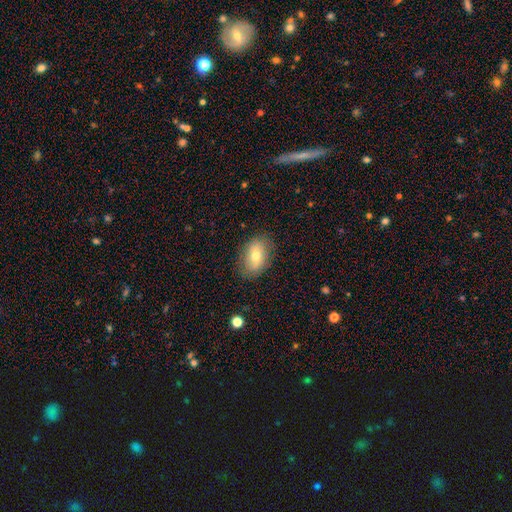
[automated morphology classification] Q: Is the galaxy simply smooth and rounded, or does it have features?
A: smooth — 66%.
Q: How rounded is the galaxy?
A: in between — 87%.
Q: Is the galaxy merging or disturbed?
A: none — 83%.